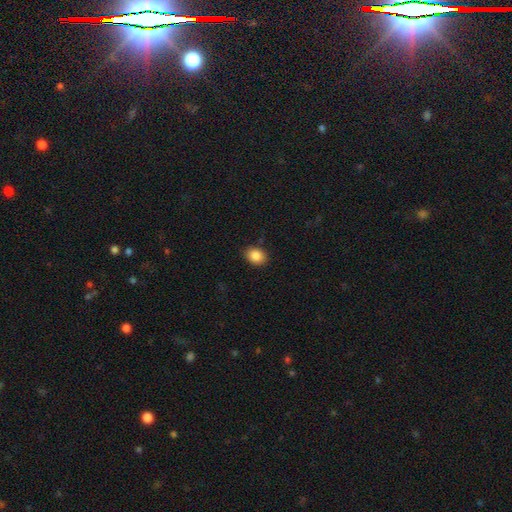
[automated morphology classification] Smooth or featured: smooth — 87% (star or artifact — 8%)
How rounded: in between — 64% (round — 35%)
Merging: none — 88% (minor disturbance — 9%)